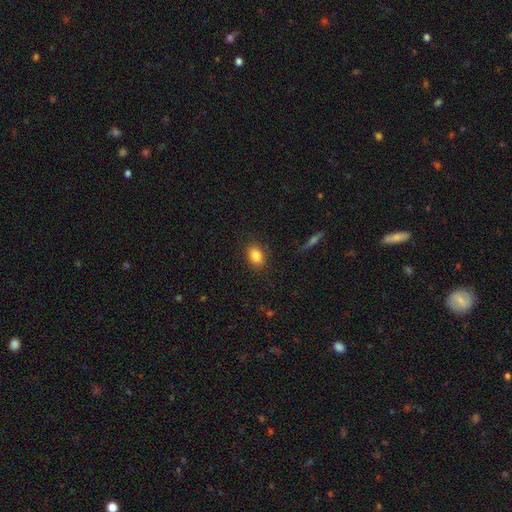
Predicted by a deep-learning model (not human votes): The model was most divided on "how rounded": in between: 76%, round: 22%, cigar-shaped: 2%. More confident: merging — none (85%); smooth or featured — smooth (84%).